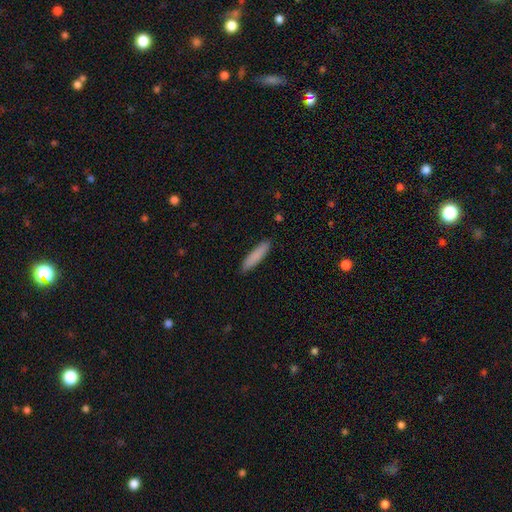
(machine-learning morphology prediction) A smooth galaxy with no disk features (85%) that is cigar-shaped (82%). Merging: none (89%).